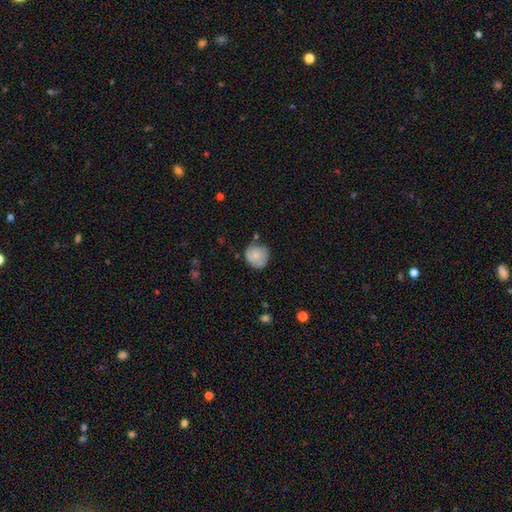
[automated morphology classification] The model was most divided on "merging": none: 62%, minor disturbance: 28%, major disturbance: 6%, merger: 4%. More confident: how rounded — round (85%); smooth or featured — smooth (68%).